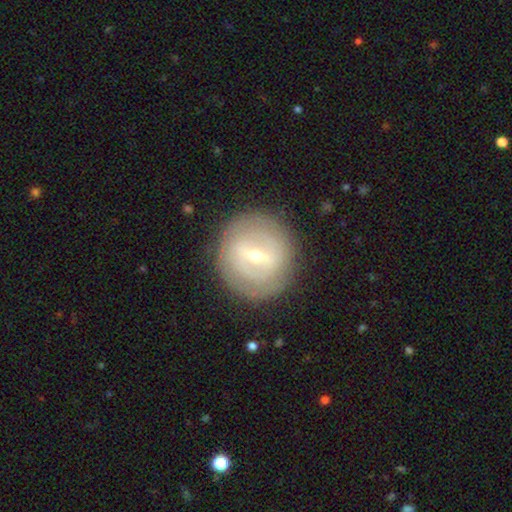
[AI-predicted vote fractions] featured or disk 68%, smooth 26%, star or artifact 6%. Down the decision tree: edge-on disk — no (94%); bar — strong (44%, tied with weak); spiral arms — no (53%); bulge size — small (54%); merging — none (84%).